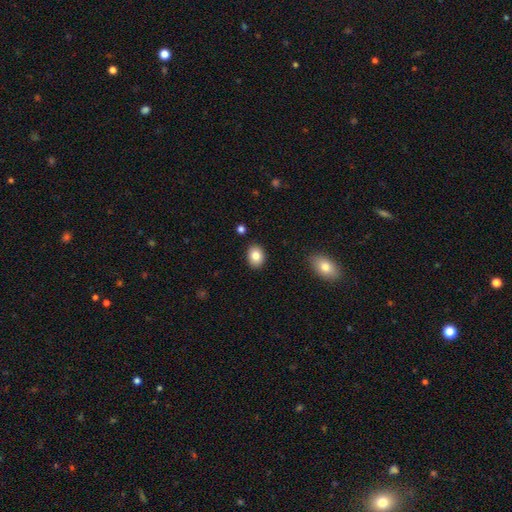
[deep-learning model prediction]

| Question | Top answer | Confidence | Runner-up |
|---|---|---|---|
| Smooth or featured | smooth | 83% | featured or disk (9%) |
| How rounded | in between | 61% | round (39%) |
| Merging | none | 89% | minor disturbance (8%) |